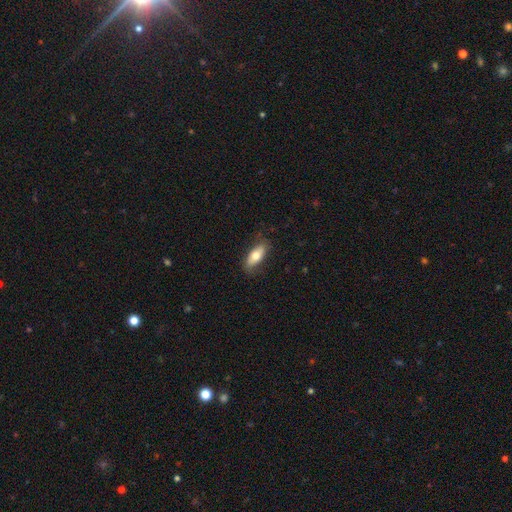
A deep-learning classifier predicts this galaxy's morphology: This is likely a smooth galaxy (70%). How rounded: likely in between (75%). Merging: likely none (79%).